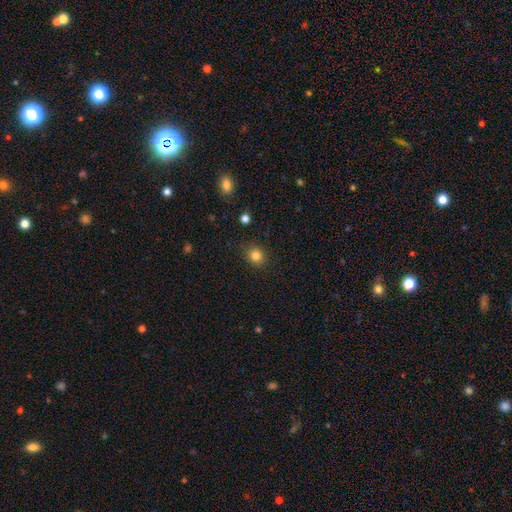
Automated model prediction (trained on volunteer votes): This is clearly a smooth galaxy (83%). How rounded: likely round (79%). Merging: clearly none (88%).